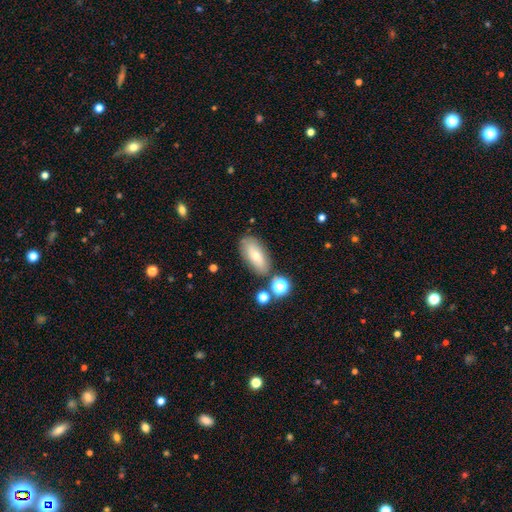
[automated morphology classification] This appears to be a smooth galaxy with no disk features (65%) that is in between round and cigar-shaped (84%). Merging: none (75%).